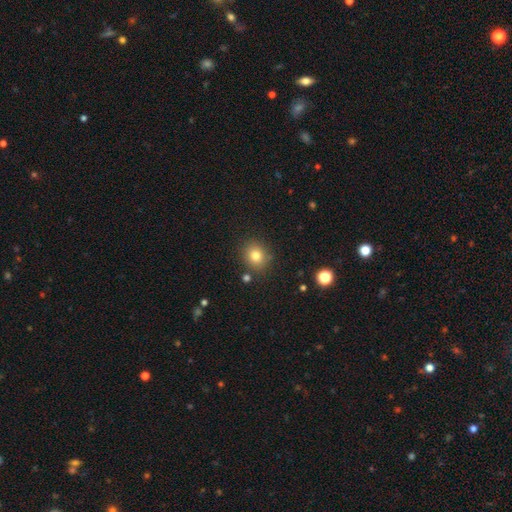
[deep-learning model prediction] A smooth galaxy with no disk features (79%) that is round (80%).

Vote fractions:
- Smooth or featured? smooth: 79% / star or artifact: 13% / featured or disk: 8%
- How rounded? round: 80% / in between: 19% / cigar-shaped: 1%
- Merging? none: 84% / minor disturbance: 9% / merger: 4% / major disturbance: 3%